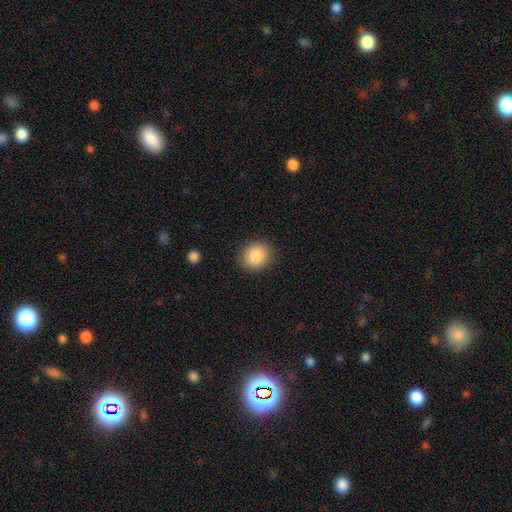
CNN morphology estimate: smooth-or-featured: smooth: 86% | star or artifact: 8% | featured or disk: 5%
  how-rounded: round: 76% | in between: 23% | cigar-shaped: 1%
  merging: none: 89% | minor disturbance: 7% | major disturbance: 2% | merger: 1%